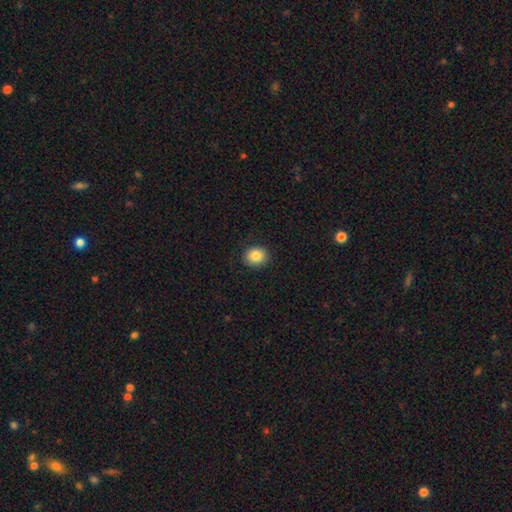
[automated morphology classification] smooth 85%, star or artifact 9%, featured or disk 6%. Down the decision tree: how rounded — round (74%); merging — none (89%).